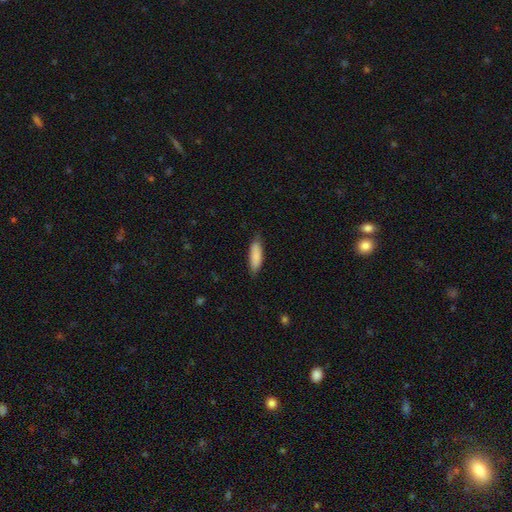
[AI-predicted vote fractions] smooth_or_featured: smooth (p=0.87) [alt: featured or disk p=0.07]
how_rounded: cigar-shaped (p=0.50) [alt: in between p=0.49]
merging: none (p=0.76) [alt: minor disturbance p=0.19]